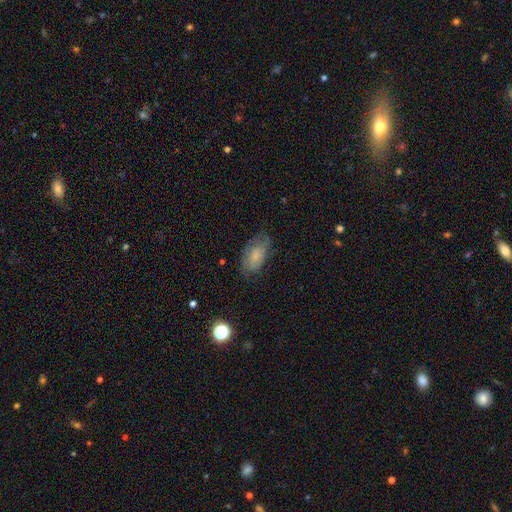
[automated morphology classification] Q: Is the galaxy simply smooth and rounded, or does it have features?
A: smooth — 58%.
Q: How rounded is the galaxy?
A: in between — 90%.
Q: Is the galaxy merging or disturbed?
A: none — 63%.